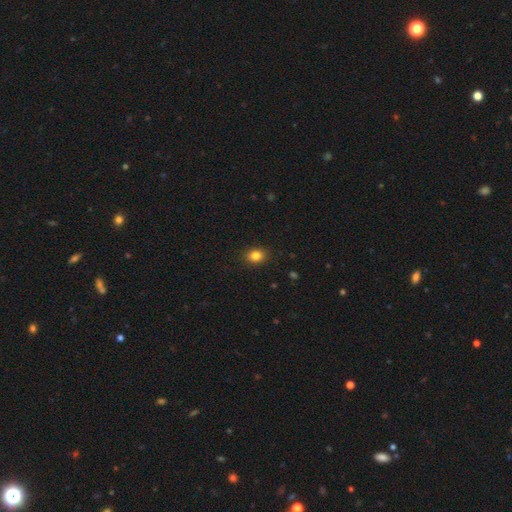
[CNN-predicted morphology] Smooth or featured? Predicted: smooth (p=0.83). How rounded? Predicted: in between (p=0.50). Merging? Predicted: none (p=0.89).